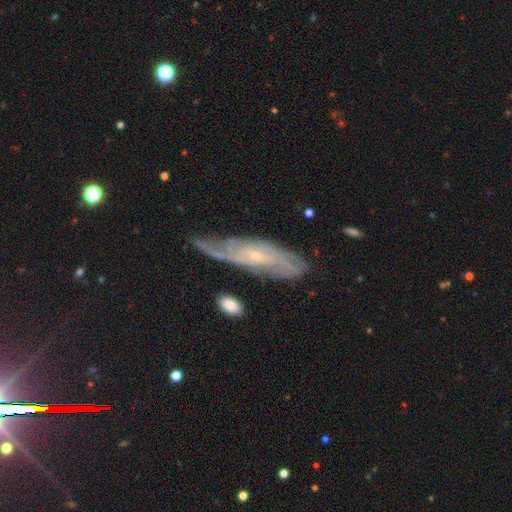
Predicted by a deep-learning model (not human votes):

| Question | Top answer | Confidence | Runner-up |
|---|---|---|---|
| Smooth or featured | featured or disk | 82% | smooth (11%) |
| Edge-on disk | no | 81% | yes (19%) |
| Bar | no | 62% | weak (31%) |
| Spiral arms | yes | 93% | no (7%) |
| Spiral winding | tight | 54% | medium (34%) |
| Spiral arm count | can't tell | 42% | 2 (27%) |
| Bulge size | small | 79% | moderate (17%) |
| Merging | none | 65% | minor disturbance (23%) |